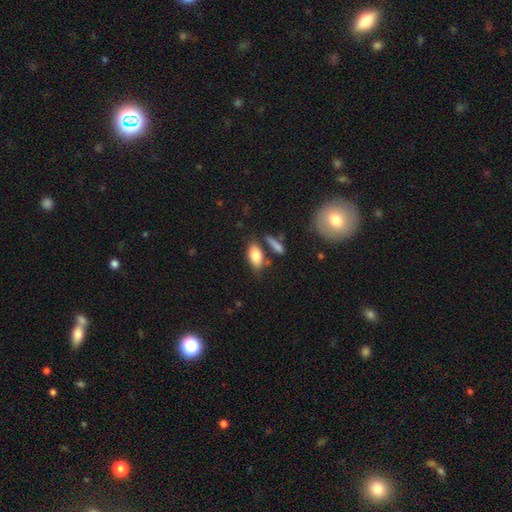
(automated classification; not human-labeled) This appears to be a smooth galaxy with no disk features (82%) that is in between round and cigar-shaped (88%). Merging: none (66%).